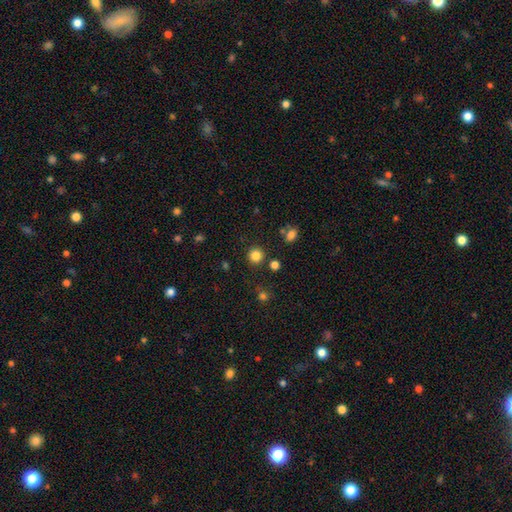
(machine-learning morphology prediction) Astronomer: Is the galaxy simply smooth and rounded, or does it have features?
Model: smooth — 83%.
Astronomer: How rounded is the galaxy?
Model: round — 93%.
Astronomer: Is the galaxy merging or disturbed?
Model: none — 87%.